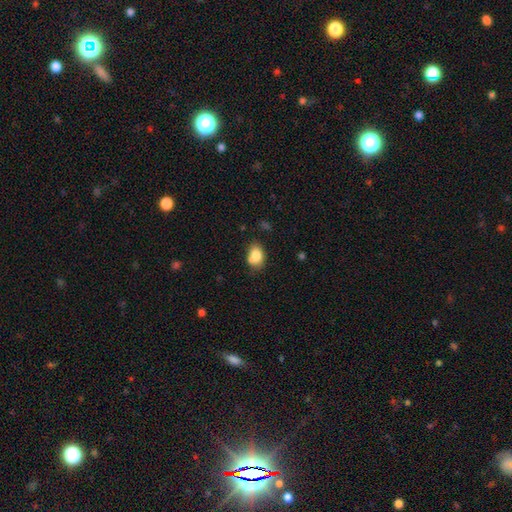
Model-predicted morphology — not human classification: smooth 79%, featured or disk 12%, star or artifact 9%. Down the decision tree: how rounded — in between (73%); merging — none (51%).